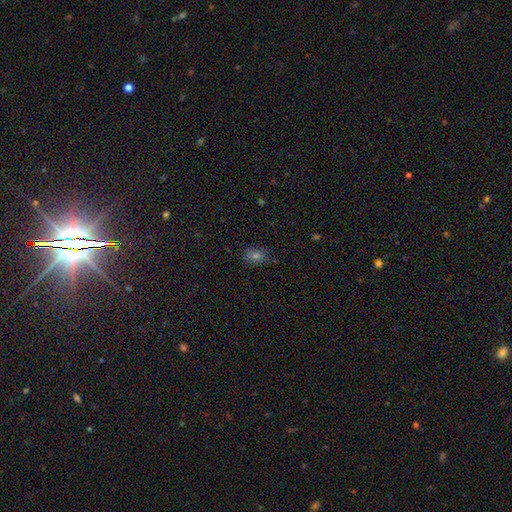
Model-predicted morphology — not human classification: smooth 57%, star or artifact 28%, featured or disk 15%. Down the decision tree: how rounded — in between (59%); merging — none (78%).